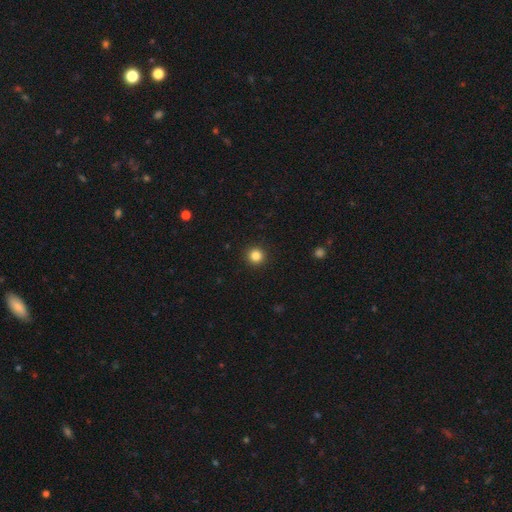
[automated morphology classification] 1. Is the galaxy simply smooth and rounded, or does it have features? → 84% smooth, 12% star or artifact, 4% featured or disk.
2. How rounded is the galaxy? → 95% round, 4% in between, 1% cigar-shaped.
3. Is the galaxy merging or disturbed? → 93% none, 4% minor disturbance, 2% major disturbance, 1% merger.